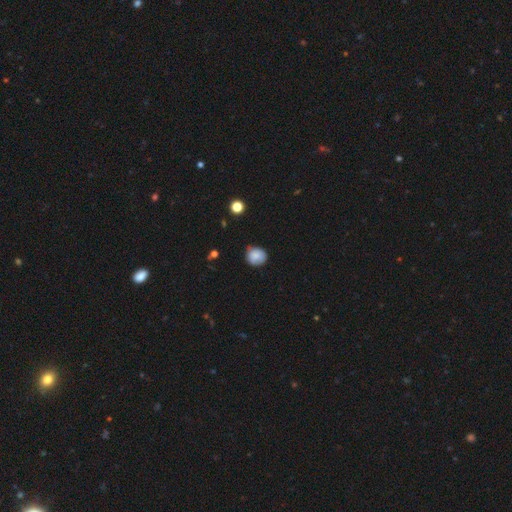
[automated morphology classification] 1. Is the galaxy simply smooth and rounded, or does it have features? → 82% smooth, 9% star or artifact, 9% featured or disk.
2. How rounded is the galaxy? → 79% round, 20% in between, 1% cigar-shaped.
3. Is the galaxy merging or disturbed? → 70% none, 24% minor disturbance, 4% major disturbance, 2% merger.